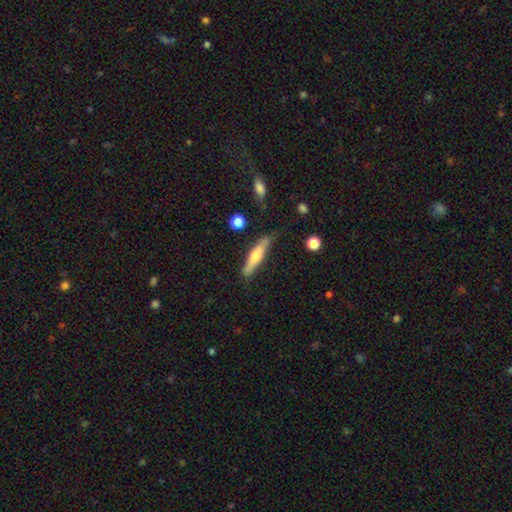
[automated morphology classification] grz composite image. It shows a smooth galaxy with no disk features (50%). Merging: none (73%).